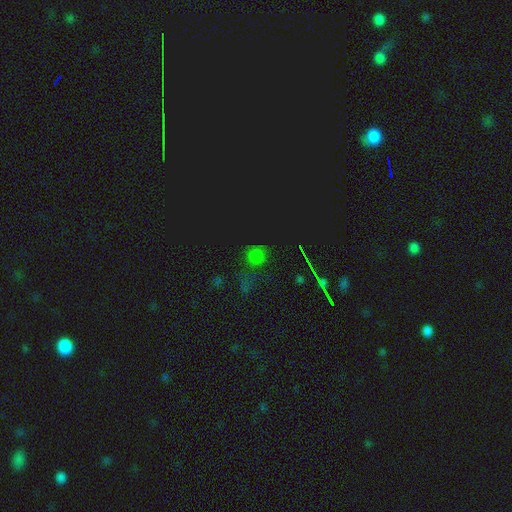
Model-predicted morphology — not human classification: Q: Smooth or featured?
A: star or artifact (55%); runner-up: smooth (38%)